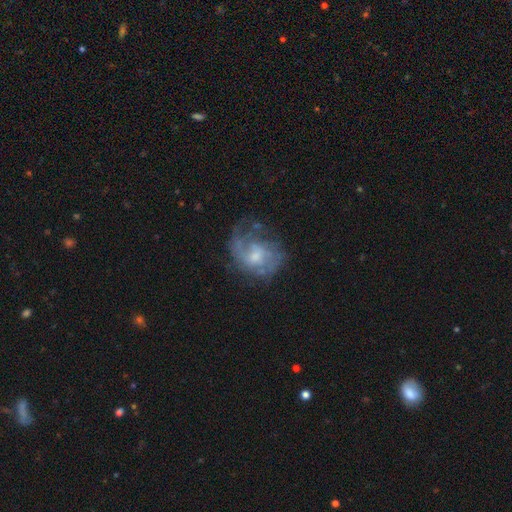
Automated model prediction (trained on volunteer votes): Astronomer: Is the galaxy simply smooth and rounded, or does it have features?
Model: featured or disk — 70%.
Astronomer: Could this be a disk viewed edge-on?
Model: no — 97%.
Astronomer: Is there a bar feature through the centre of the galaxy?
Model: no — 60%.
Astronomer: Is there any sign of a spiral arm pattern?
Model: yes — 76%.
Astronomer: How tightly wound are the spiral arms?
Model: medium — 42% (runner-up: loose, 30%).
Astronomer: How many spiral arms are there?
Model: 2 — 33%, tied with can't tell at 33%.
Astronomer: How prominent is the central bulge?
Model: small — 43%, tied with moderate at 43%.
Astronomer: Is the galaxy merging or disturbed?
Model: none — 49% (runner-up: major disturbance, 25%).